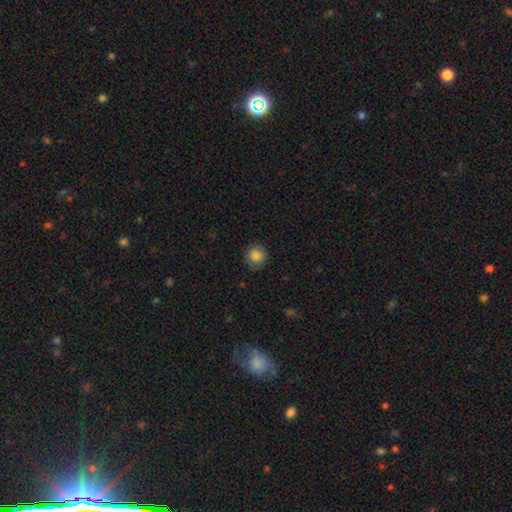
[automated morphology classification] This is clearly a smooth galaxy (84%). How rounded: clearly round (90%). Merging: clearly none (83%).